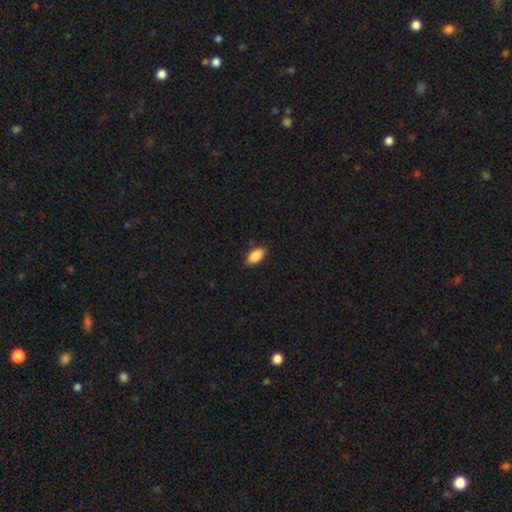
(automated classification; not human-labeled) Overall: smooth (88%). How rounded: in between (92%). Merging: none (83%).